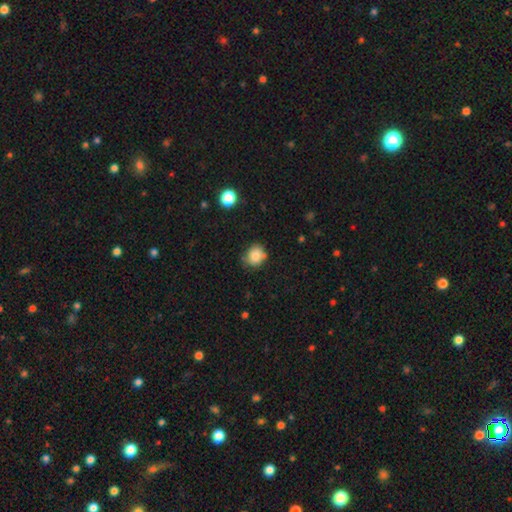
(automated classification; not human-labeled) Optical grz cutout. It shows a smooth galaxy with no disk features (81%) that is round (74%). Merging: none (68%).